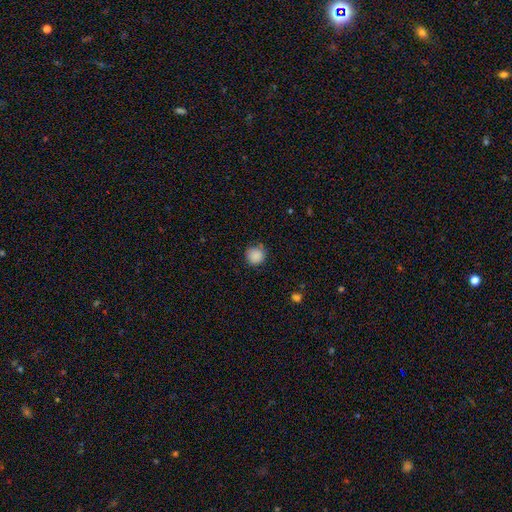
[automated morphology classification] Smooth or featured? Predicted: smooth (p=0.87). How rounded? Predicted: round (p=0.92). Merging? Predicted: none (p=0.81).